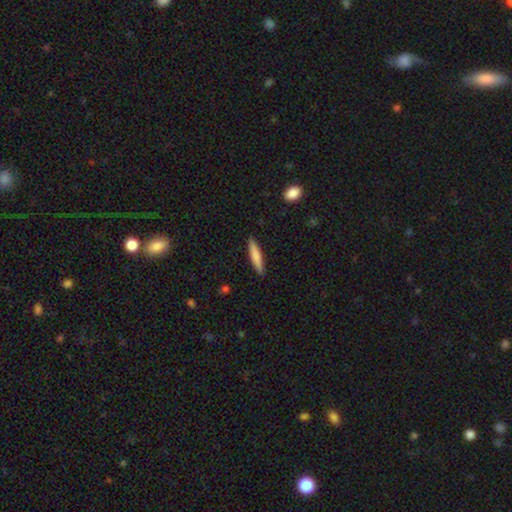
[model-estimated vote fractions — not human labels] Smooth or featured: smooth — 74% (featured or disk — 20%)
How rounded: cigar-shaped — 90% (in between — 9%)
Merging: none — 90% (minor disturbance — 7%)